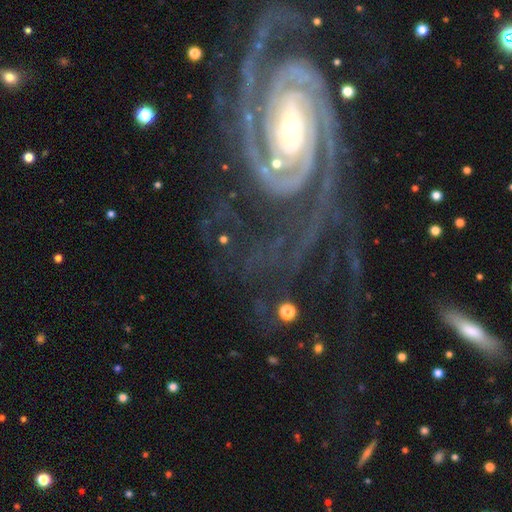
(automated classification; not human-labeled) This appears to be a featured or disk galaxy (92%) with no bar (42%), 2 (70%) tight (69%) spiral arms (99%) and a small central bulge (49%). Merging: none (65%).